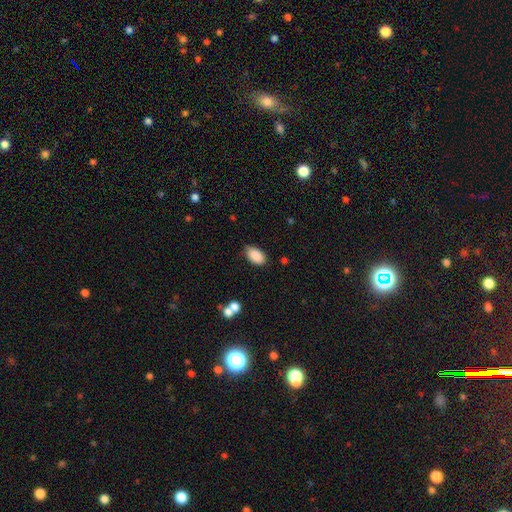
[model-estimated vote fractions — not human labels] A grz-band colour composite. It shows a smooth galaxy with no disk features (89%) that is in between round and cigar-shaped (94%). Merging: none (81%).